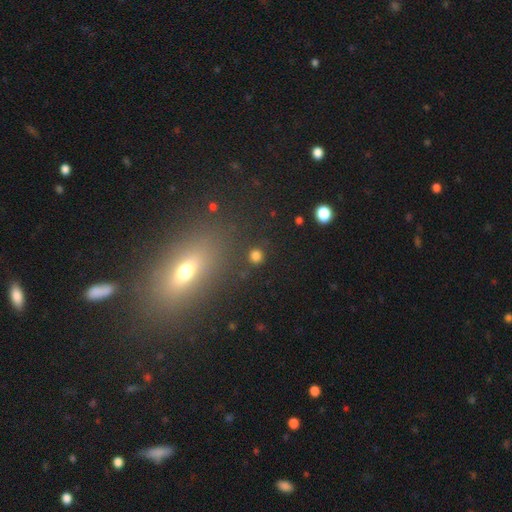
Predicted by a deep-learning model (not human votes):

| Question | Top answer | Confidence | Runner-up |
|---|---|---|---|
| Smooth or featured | smooth | 79% | star or artifact (16%) |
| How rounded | round | 90% | in between (9%) |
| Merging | none | 88% | minor disturbance (6%) |